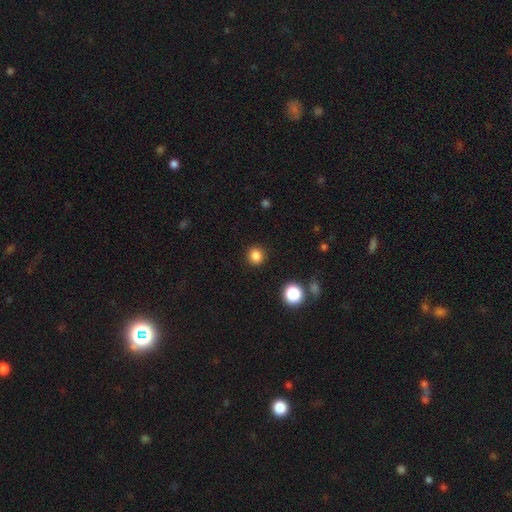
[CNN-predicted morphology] This is clearly a smooth galaxy (84%). How rounded: clearly round (92%). Merging: clearly none (92%).